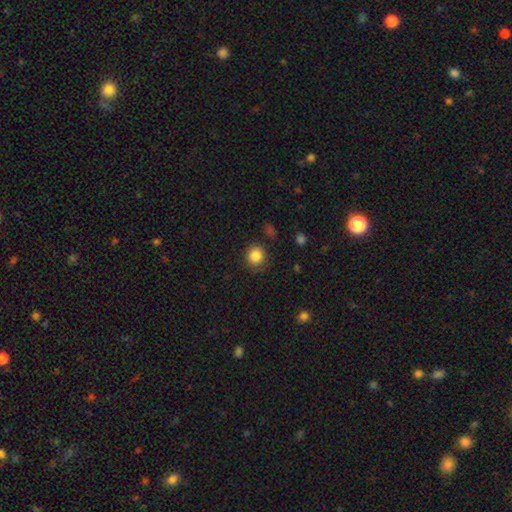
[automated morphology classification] The model was most divided on "merging": none: 85%, minor disturbance: 11%, major disturbance: 3%, merger: 2%. More confident: how rounded — round (90%); smooth or featured — smooth (85%).